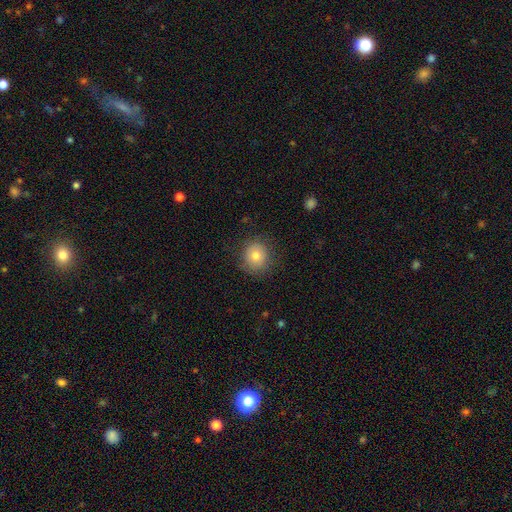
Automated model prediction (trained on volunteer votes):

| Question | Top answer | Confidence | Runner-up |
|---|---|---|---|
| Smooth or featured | smooth | 77% | featured or disk (12%) |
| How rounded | round | 88% | in between (11%) |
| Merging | none | 84% | minor disturbance (11%) |